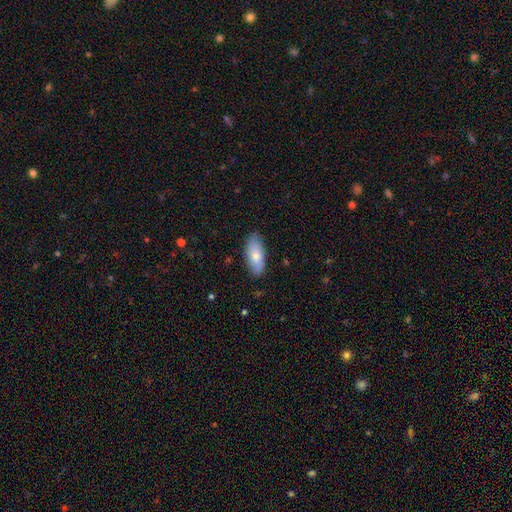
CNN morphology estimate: smooth-or-featured: smooth: 71% | featured or disk: 23% | star or artifact: 6%
  how-rounded: in between: 87% | cigar-shaped: 11% | round: 2%
  merging: none: 80% | minor disturbance: 16% | major disturbance: 3% | merger: 1%